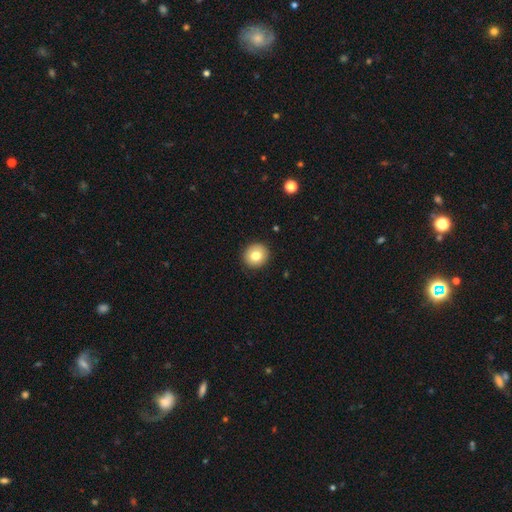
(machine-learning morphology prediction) Overall: smooth (78%). How rounded: round (91%). Merging: none (92%).